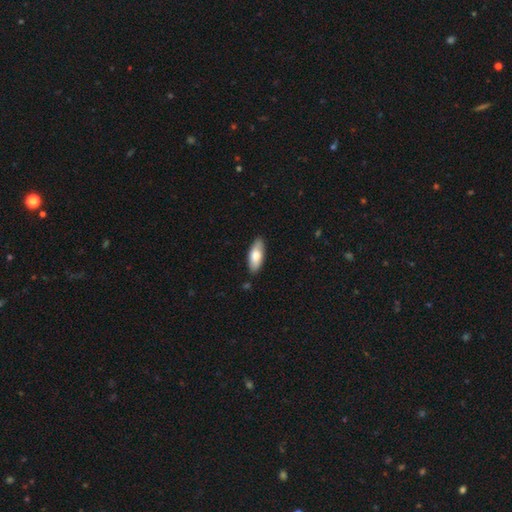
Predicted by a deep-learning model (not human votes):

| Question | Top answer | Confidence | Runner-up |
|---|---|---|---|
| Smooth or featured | smooth | 73% | featured or disk (21%) |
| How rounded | in between | 76% | cigar-shaped (22%) |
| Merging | none | 87% | minor disturbance (10%) |